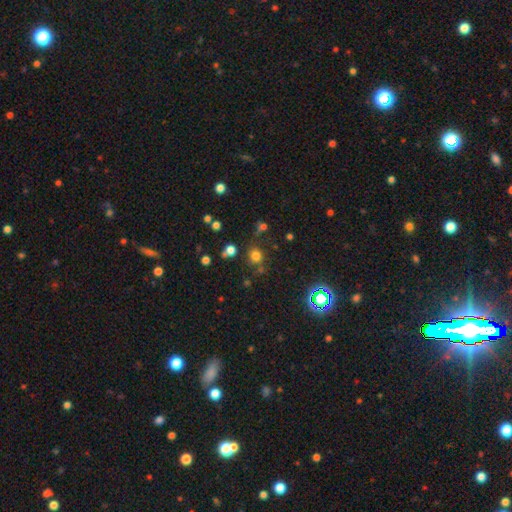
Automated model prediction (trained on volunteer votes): Smooth or featured?
  - smooth: 70% *
  - star or artifact: 23%
  - featured or disk: 8%
How rounded?
  - round: 86% *
  - in between: 13%
  - cigar-shaped: 1%
Merging?
  - none: 71% *
  - minor disturbance: 13%
  - merger: 10%
  - major disturbance: 7%